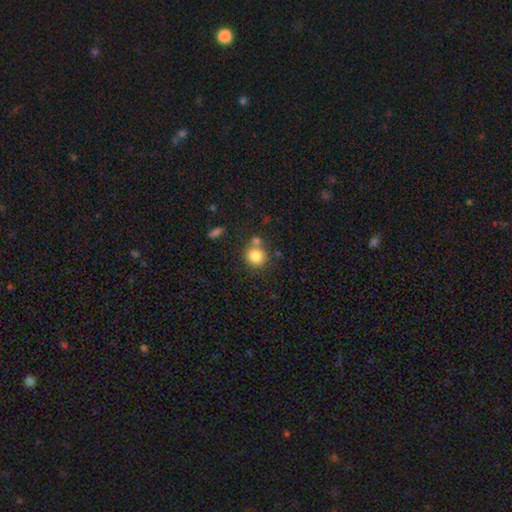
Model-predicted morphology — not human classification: Smooth or featured? smooth (82%)
How rounded? round (90%)
Merging? none (67%)